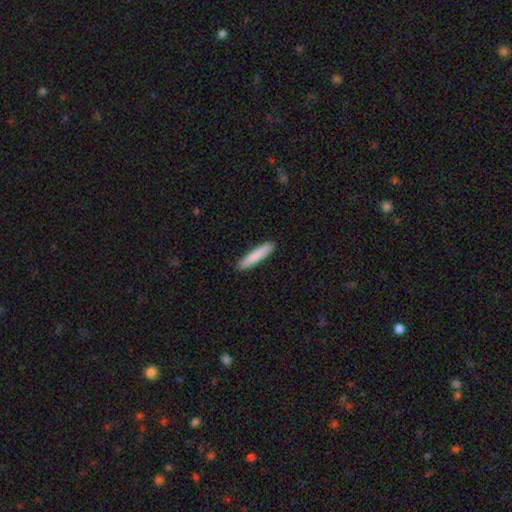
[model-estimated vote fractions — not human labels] Smooth or featured? Predicted: smooth (p=0.85). How rounded? Predicted: cigar-shaped (p=0.91). Merging? Predicted: none (p=0.92).